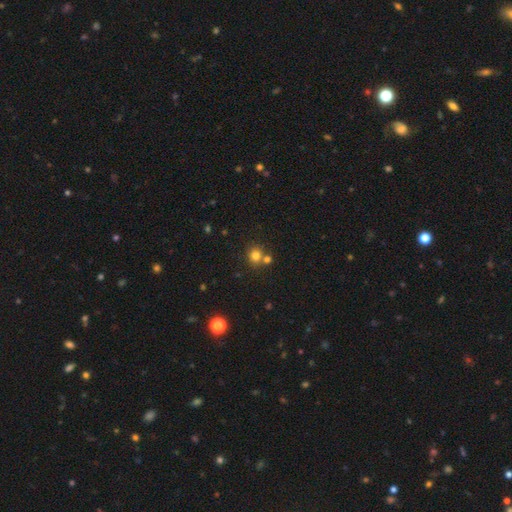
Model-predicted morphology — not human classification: This appears to be a smooth galaxy with no disk features (77%) that is round (85%). Merging: none (62%).